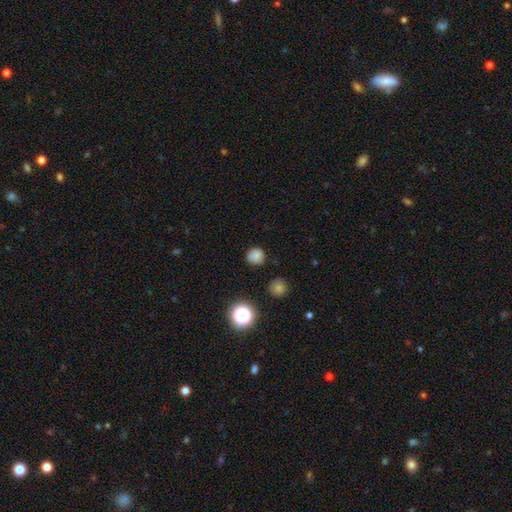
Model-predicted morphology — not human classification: Smooth or featured? smooth (79%)
How rounded? round (91%)
Merging? none (85%)